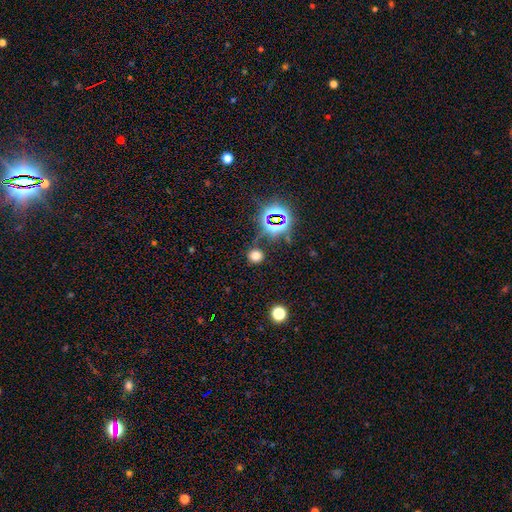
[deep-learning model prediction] Smooth or featured?
  - smooth: 67% *
  - star or artifact: 27%
  - featured or disk: 6%
How rounded?
  - round: 86% *
  - in between: 13%
  - cigar-shaped: 1%
Merging?
  - none: 84% *
  - minor disturbance: 9%
  - major disturbance: 4%
  - merger: 3%